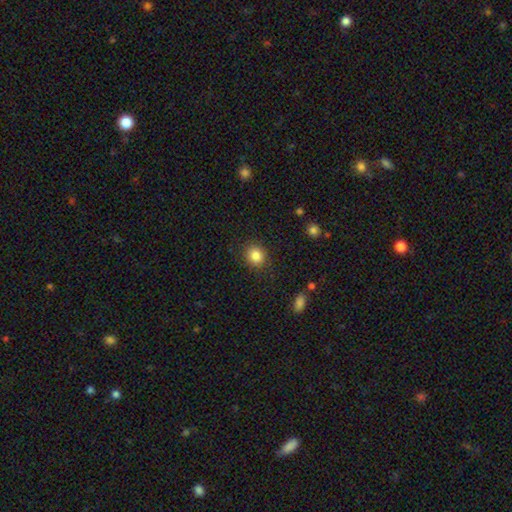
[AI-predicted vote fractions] smooth 85%, star or artifact 10%, featured or disk 5%. Down the decision tree: how rounded — round (84%); merging — none (88%).